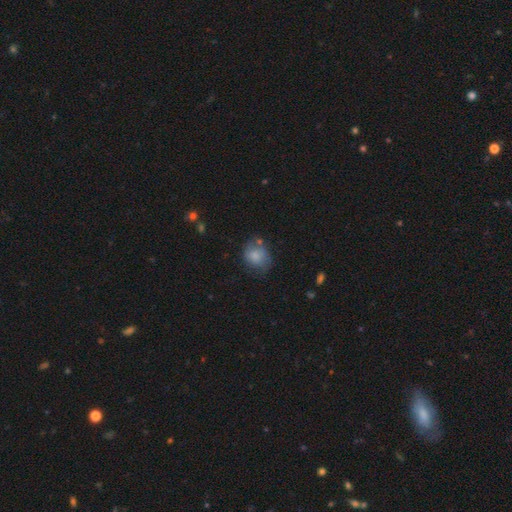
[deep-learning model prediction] Q: Smooth or featured?
A: smooth (76%); runner-up: featured or disk (16%)
Q: How rounded?
A: round (60%); runner-up: in between (39%)
Q: Merging?
A: none (52%); runner-up: minor disturbance (29%)